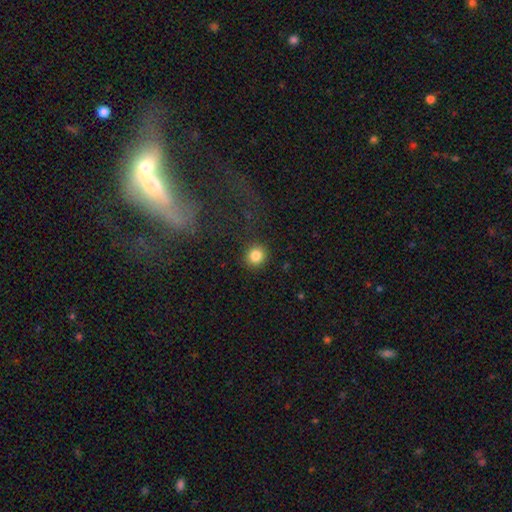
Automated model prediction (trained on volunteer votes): Morphology: type=smooth (84%); roundness=round (89%); merging=none (90%).